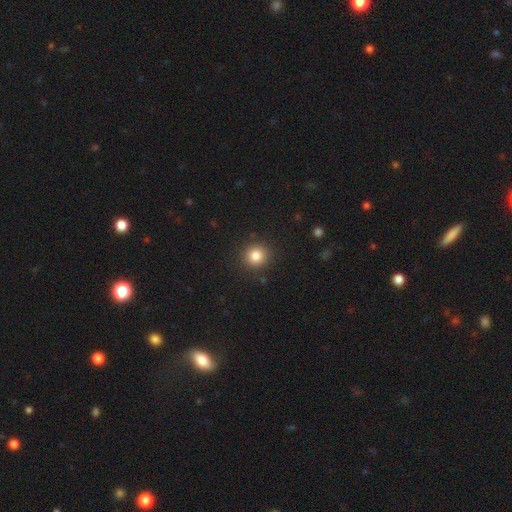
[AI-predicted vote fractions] This is clearly a smooth galaxy (84%). How rounded: clearly round (92%). Merging: clearly none (91%).